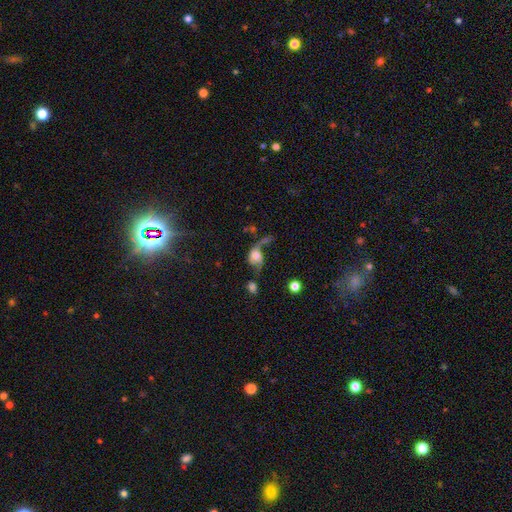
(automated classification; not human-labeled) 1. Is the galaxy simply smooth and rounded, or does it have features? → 52% featured or disk, 37% smooth, 11% star or artifact.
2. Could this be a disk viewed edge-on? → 95% no, 5% yes.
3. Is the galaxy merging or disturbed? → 33% major disturbance, 28% merger, 23% none, 15% minor disturbance.